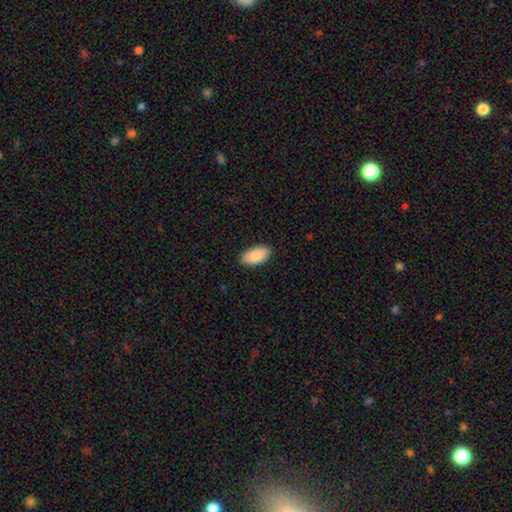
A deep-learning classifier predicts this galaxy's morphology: smooth-or-featured: smooth: 88% | featured or disk: 7% | star or artifact: 6%
  how-rounded: in between: 95% | cigar-shaped: 3% | round: 2%
  merging: none: 89% | minor disturbance: 9% | major disturbance: 2% | merger: 1%